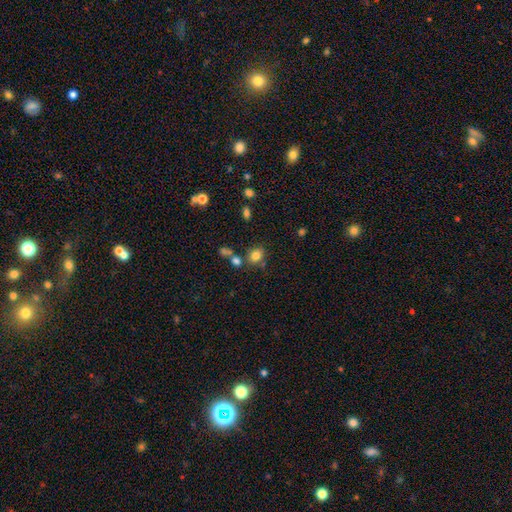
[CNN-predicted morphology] This appears to be a smooth galaxy with no disk features (81%) that is round (54%). Merging: none (70%).